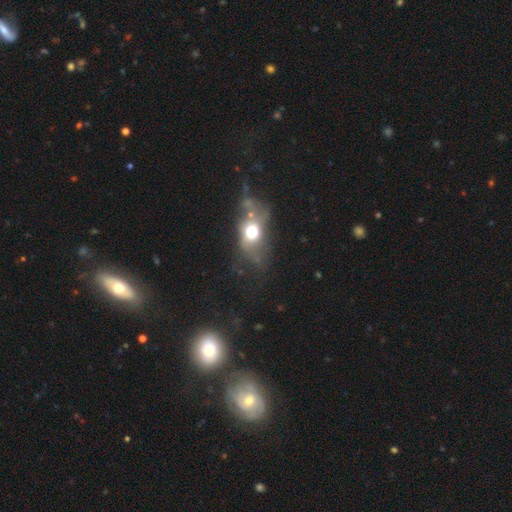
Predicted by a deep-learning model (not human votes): The model was most divided on "smooth or featured": featured or disk: 43%, smooth: 38%, star or artifact: 19%. Remaining: merging — none (41%).